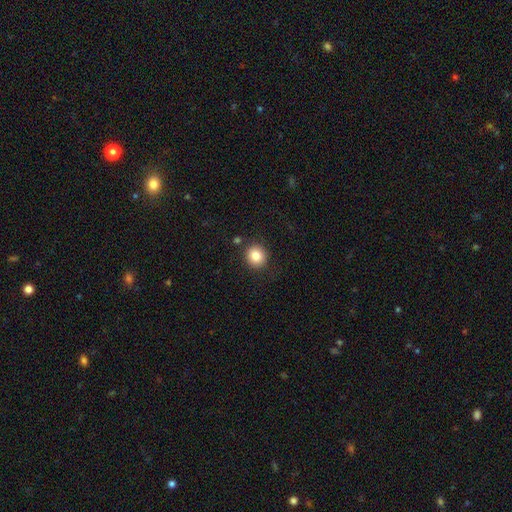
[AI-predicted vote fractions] A smooth galaxy with no disk features (83%) that is round (88%).

Vote fractions:
- Smooth or featured? smooth: 83% / star or artifact: 10% / featured or disk: 7%
- How rounded? round: 88% / in between: 11% / cigar-shaped: 1%
- Merging? none: 86% / minor disturbance: 8% / merger: 3% / major disturbance: 3%